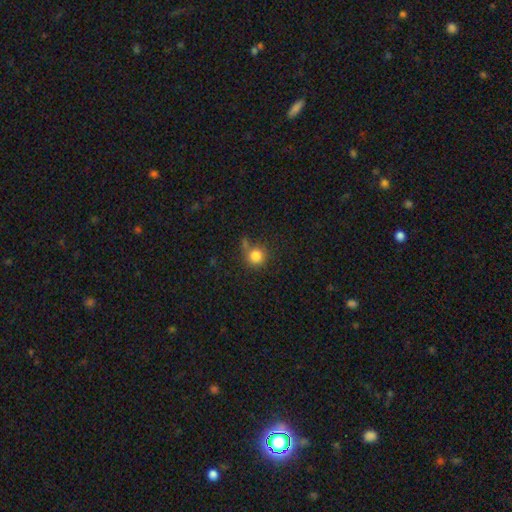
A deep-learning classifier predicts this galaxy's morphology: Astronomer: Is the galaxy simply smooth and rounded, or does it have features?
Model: smooth — 83%.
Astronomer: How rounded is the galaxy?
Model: round — 92%.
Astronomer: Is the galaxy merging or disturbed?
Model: none — 65%.